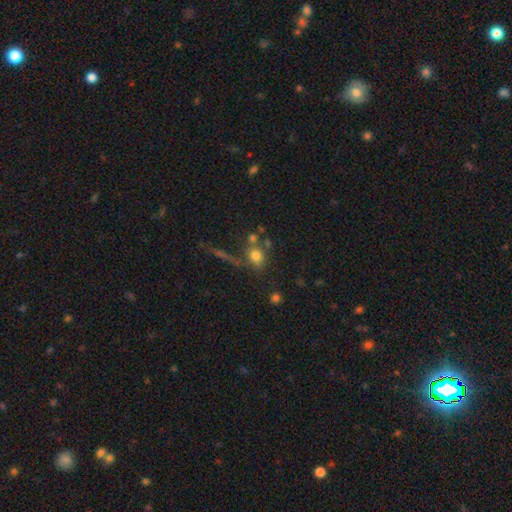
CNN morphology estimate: A smooth galaxy with no disk features (71%) that is round (70%).

Vote fractions:
- Smooth or featured? smooth: 71% / star or artifact: 16% / featured or disk: 13%
- How rounded? round: 70% / in between: 27% / cigar-shaped: 3%
- Merging? none: 58% / merger: 19% / minor disturbance: 13% / major disturbance: 9%